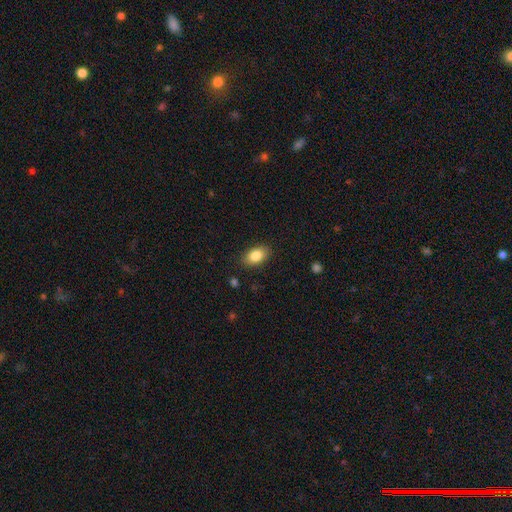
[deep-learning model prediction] Overall: smooth (84%). How rounded: in between (89%). Merging: none (87%).